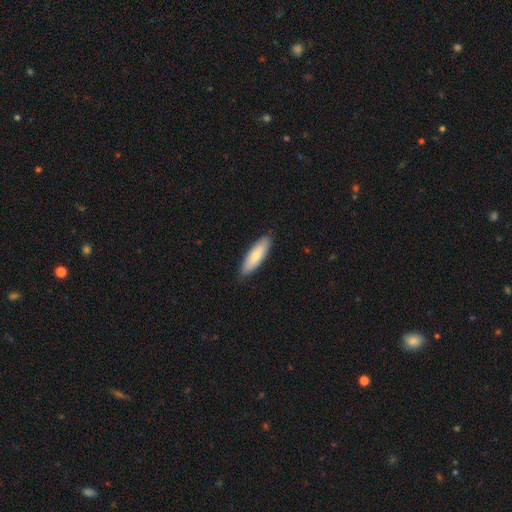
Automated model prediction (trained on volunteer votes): smooth-or-featured: smooth: 75% | featured or disk: 20% | star or artifact: 5%
  how-rounded: in between: 50% | cigar-shaped: 48% | round: 2%
  merging: none: 87% | minor disturbance: 10% | major disturbance: 2% | merger: 1%